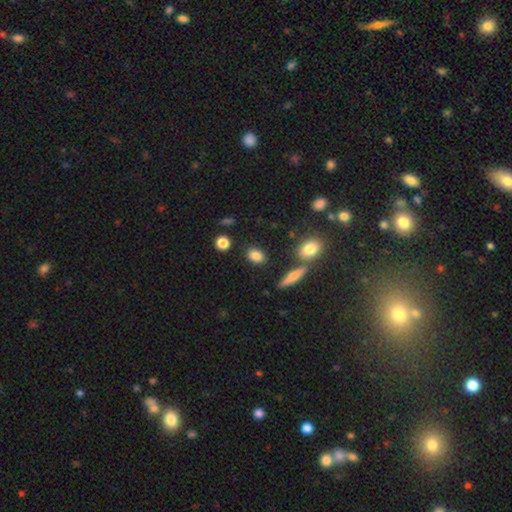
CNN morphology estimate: smooth 84%, star or artifact 9%, featured or disk 7%. Down the decision tree: how rounded — in between (68%); merging — none (83%).